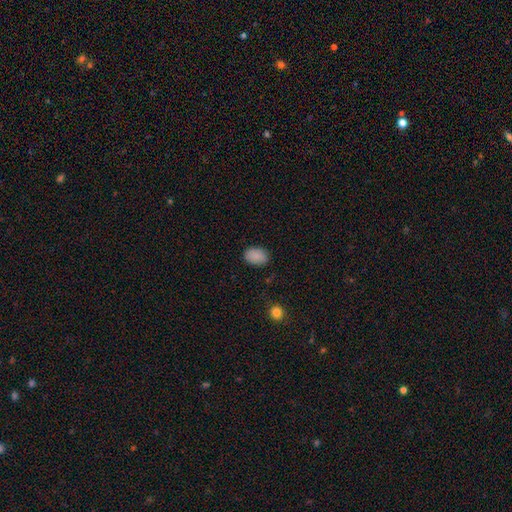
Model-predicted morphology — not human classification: Smooth or featured? smooth (89%)
How rounded? in between (83%)
Merging? none (84%)